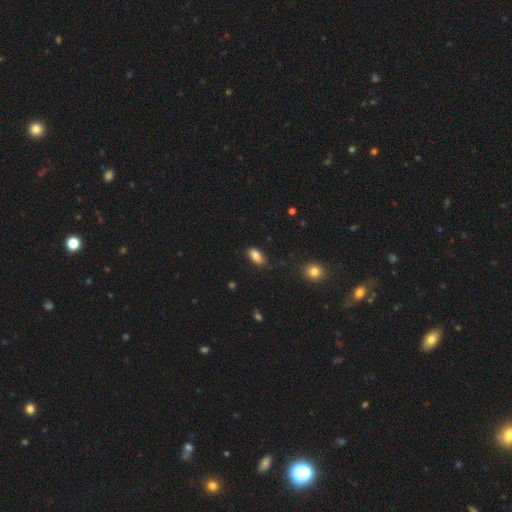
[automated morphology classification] Overall: smooth (84%). How rounded: in between (90%). Merging: none (73%).